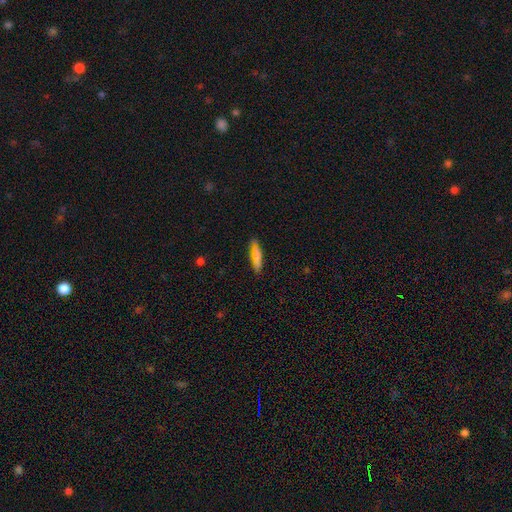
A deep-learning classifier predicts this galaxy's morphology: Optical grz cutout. It shows a smooth galaxy with no disk features (75%) that is cigar-shaped (81%). Merging: none (82%).